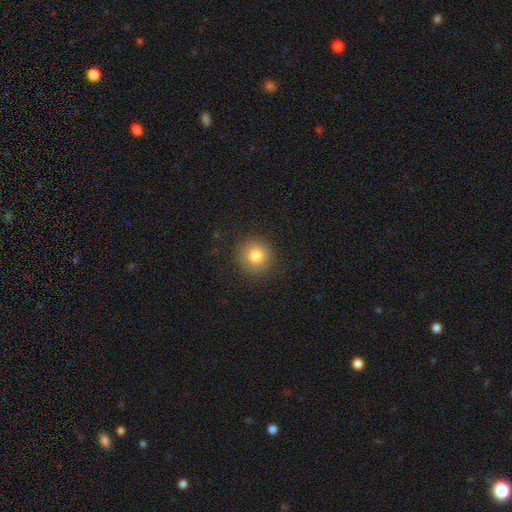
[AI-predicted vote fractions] A smooth galaxy with no disk features (81%) that is round (92%).

Vote fractions:
- Smooth or featured? smooth: 81% / star or artifact: 10% / featured or disk: 10%
- How rounded? round: 92% / in between: 8% / cigar-shaped: 1%
- Merging? none: 86% / minor disturbance: 10% / major disturbance: 4% / merger: 1%